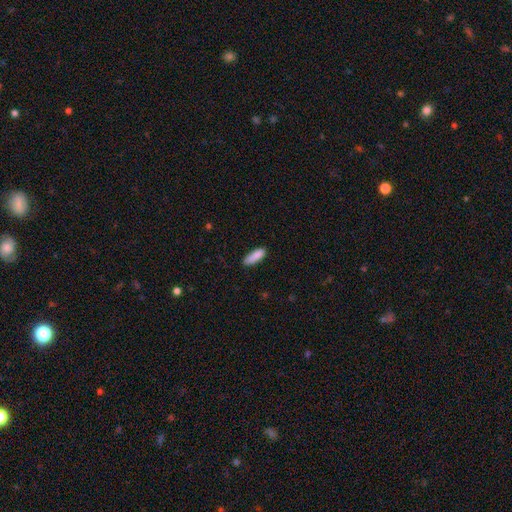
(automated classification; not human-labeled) This appears to be a smooth galaxy with no disk features (87%) that is in between round and cigar-shaped (51%). Merging: none (76%).